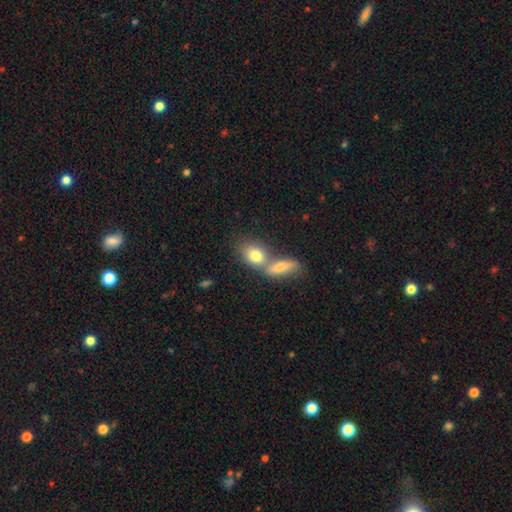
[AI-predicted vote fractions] A smooth galaxy with no disk features (78%) that is in between round and cigar-shaped (73%). Merging: merger (54%).